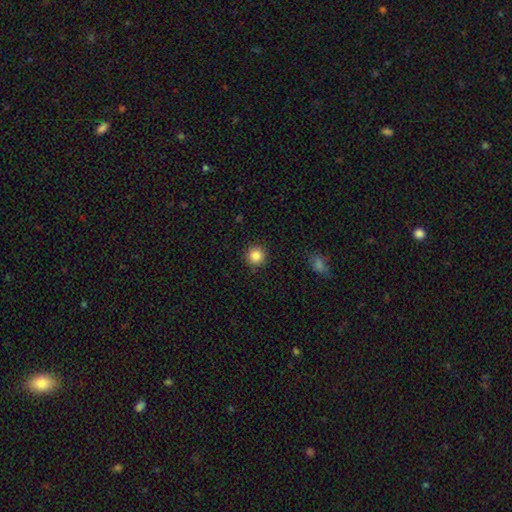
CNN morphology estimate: Smooth or featured: smooth — 85% (star or artifact — 10%)
How rounded: round — 95% (in between — 4%)
Merging: none — 91% (minor disturbance — 6%)